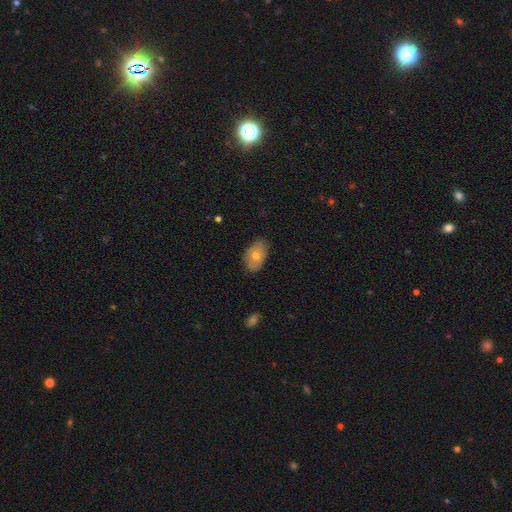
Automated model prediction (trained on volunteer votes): This is likely a smooth galaxy (66%). How rounded: clearly in between (89%). Merging: likely none (79%).